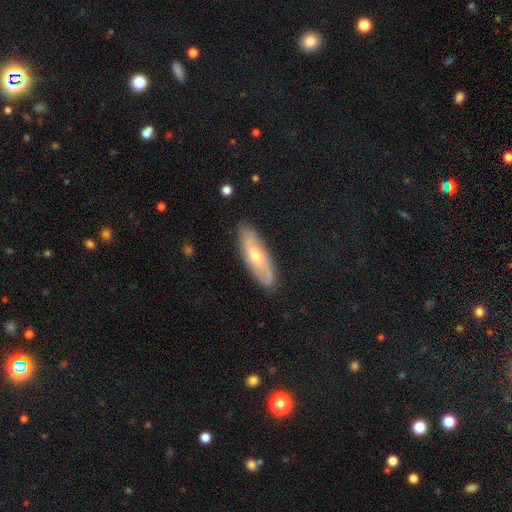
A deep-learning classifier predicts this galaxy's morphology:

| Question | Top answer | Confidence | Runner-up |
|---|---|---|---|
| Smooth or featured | featured or disk | 55% | smooth (38%) |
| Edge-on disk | no | 71% | yes (29%) |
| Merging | none | 84% | minor disturbance (12%) |